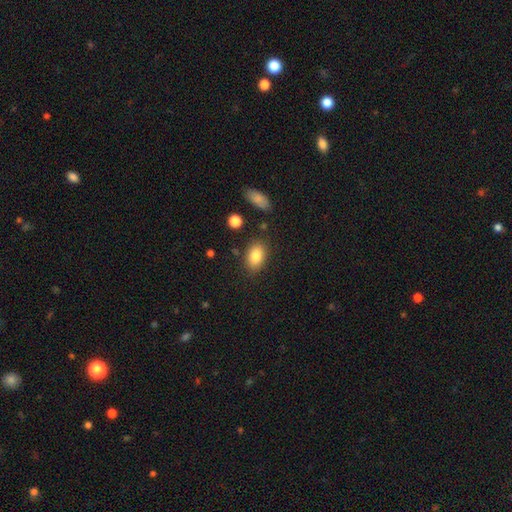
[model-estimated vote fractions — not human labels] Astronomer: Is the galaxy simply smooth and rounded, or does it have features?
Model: smooth — 84%.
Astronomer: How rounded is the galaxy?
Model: in between — 87%.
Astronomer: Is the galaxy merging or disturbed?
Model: none — 82%.